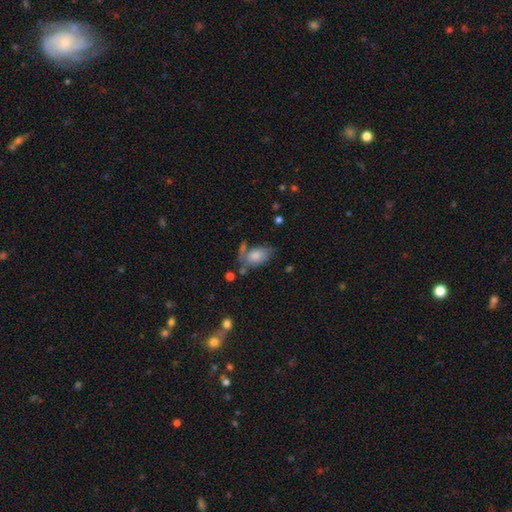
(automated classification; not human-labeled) Smooth or featured? Predicted: smooth (p=0.73). How rounded? Predicted: in between (p=0.89). Merging? Predicted: none (p=0.44).